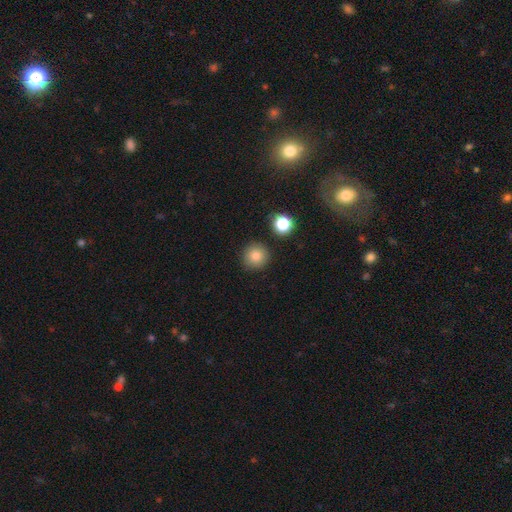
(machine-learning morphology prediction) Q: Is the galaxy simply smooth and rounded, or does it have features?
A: smooth — 81%.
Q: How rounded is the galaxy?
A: round — 95%.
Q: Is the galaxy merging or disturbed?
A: none — 89%.